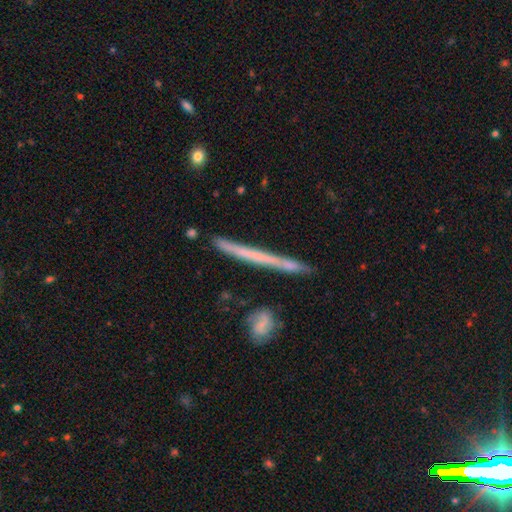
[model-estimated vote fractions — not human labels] Smooth or featured? Predicted: featured or disk (p=0.52). Edge-on disk? Predicted: yes (p=0.95). Merging? Predicted: none (p=0.83).